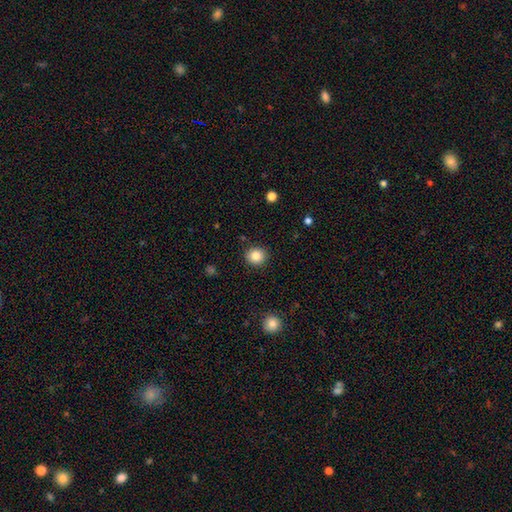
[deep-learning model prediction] This appears to be a smooth galaxy with no disk features (84%) that is round (89%). Merging: none (91%).